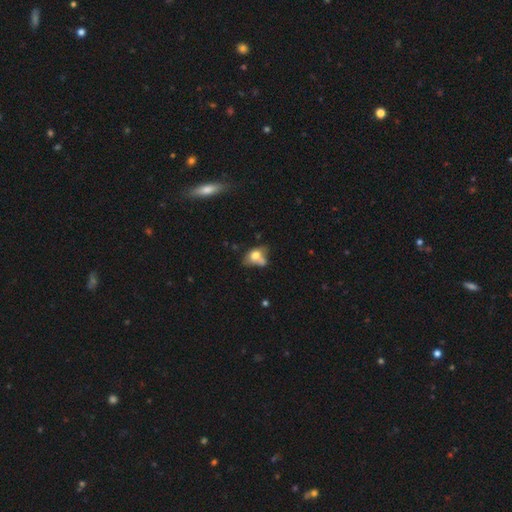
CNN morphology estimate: The model was most divided on "merging": merger: 39%, none: 27%, minor disturbance: 19%, major disturbance: 16%. More confident: how rounded — in between (72%); smooth or featured — smooth (65%).